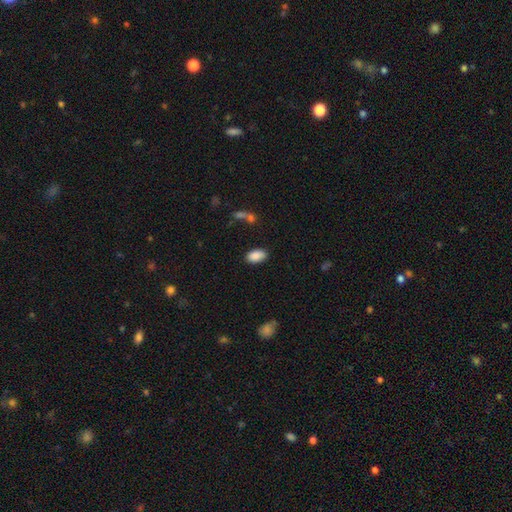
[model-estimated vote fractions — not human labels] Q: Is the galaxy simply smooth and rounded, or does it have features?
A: smooth — 89%.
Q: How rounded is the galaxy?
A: in between — 93%.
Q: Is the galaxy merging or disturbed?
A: none — 84%.